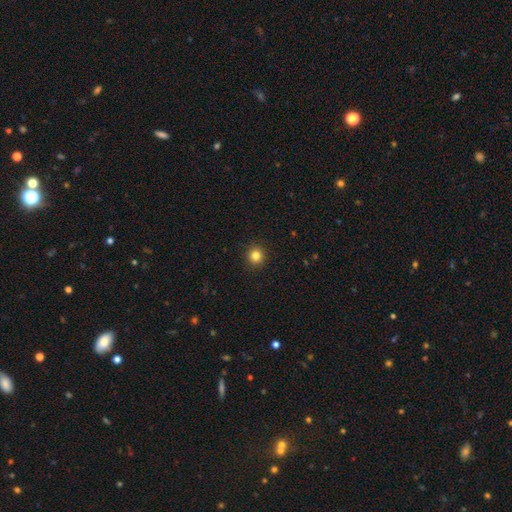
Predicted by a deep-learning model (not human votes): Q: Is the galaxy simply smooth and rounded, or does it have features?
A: smooth — 83%.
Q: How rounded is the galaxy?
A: round — 93%.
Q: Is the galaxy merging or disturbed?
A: none — 92%.